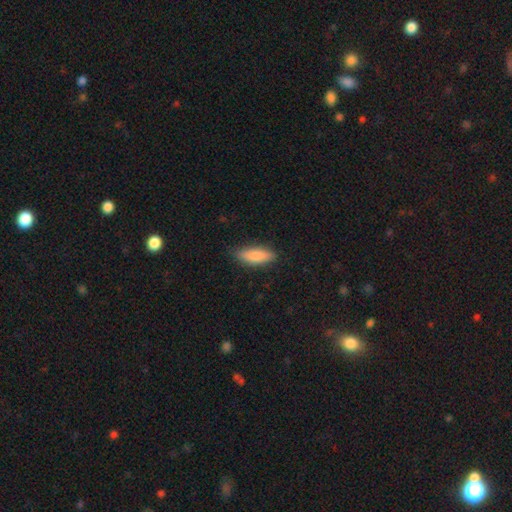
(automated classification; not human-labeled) The model was most divided on "how rounded": in between: 55%, cigar-shaped: 43%, round: 2%. More confident: merging — none (84%); smooth or featured — smooth (81%).